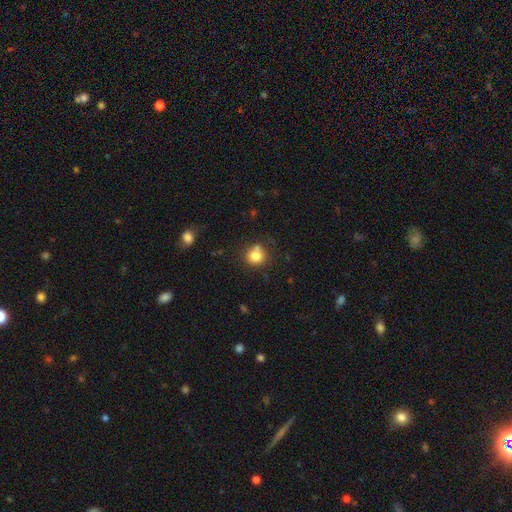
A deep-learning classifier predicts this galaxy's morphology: Overall: smooth (79%). How rounded: round (87%). Merging: none (67%).